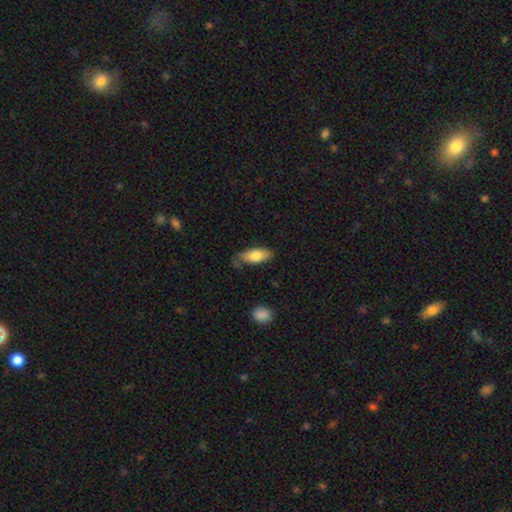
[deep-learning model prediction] A smooth galaxy with no disk features (77%) that is in between round and cigar-shaped (80%).

Vote fractions:
- Smooth or featured? smooth: 77% / featured or disk: 17% / star or artifact: 6%
- How rounded? in between: 80% / cigar-shaped: 18% / round: 3%
- Merging? none: 61% / minor disturbance: 28% / major disturbance: 8% / merger: 3%